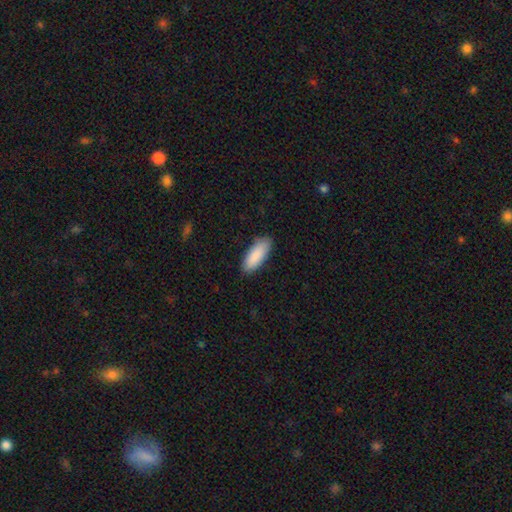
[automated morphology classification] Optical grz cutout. It shows a smooth galaxy with no disk features (90%) that is in between round and cigar-shaped (73%). Merging: none (87%).